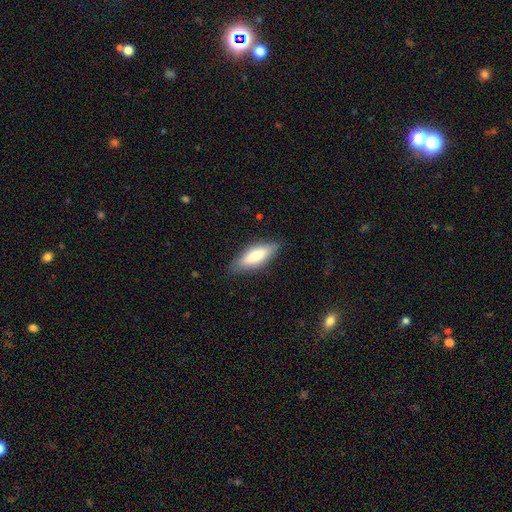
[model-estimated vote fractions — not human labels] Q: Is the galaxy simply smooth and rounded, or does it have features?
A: smooth — 74%.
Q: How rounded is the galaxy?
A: in between — 57%.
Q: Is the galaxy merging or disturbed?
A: none — 82%.